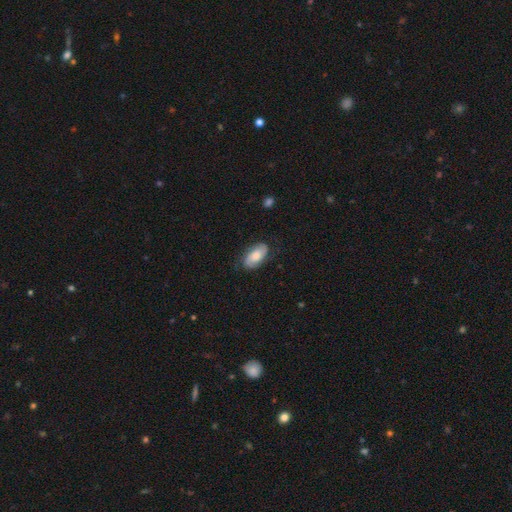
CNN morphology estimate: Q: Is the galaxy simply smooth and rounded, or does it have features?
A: featured or disk — 53%.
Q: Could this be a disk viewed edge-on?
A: no — 94%.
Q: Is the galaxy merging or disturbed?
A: none — 75%.